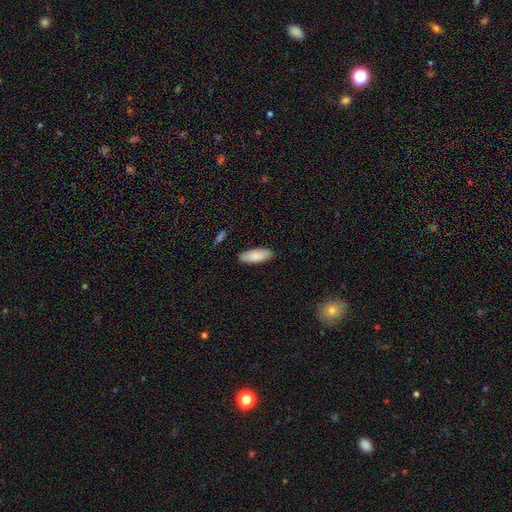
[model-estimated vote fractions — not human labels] Overall: smooth (86%). How rounded: in between (75%). Merging: none (87%).